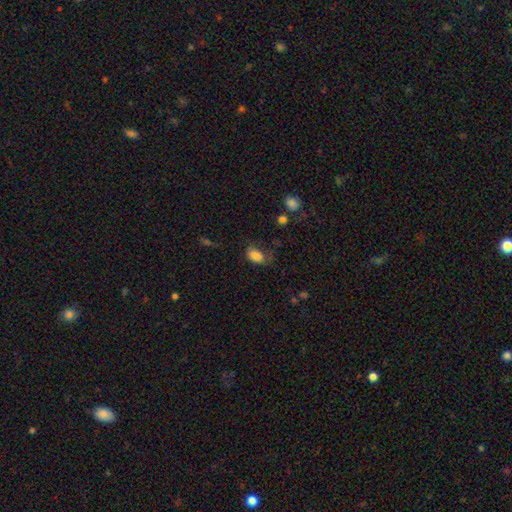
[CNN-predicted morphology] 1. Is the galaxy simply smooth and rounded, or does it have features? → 83% smooth, 9% star or artifact, 8% featured or disk.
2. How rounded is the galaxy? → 88% in between, 10% round, 2% cigar-shaped.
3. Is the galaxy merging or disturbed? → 51% none, 30% minor disturbance, 17% major disturbance, 3% merger.